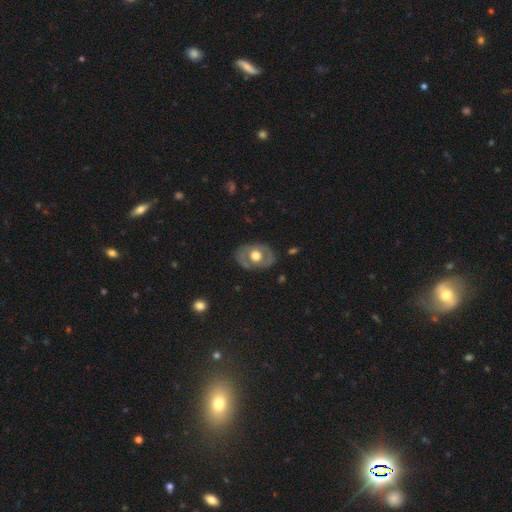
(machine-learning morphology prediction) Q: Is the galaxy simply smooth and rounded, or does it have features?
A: featured or disk — 55%.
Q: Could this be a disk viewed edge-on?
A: no — 92%.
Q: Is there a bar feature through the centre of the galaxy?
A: no — 86%.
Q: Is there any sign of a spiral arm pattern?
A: no — 81%.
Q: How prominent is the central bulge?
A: moderate — 50%.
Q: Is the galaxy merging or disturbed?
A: none — 77%.